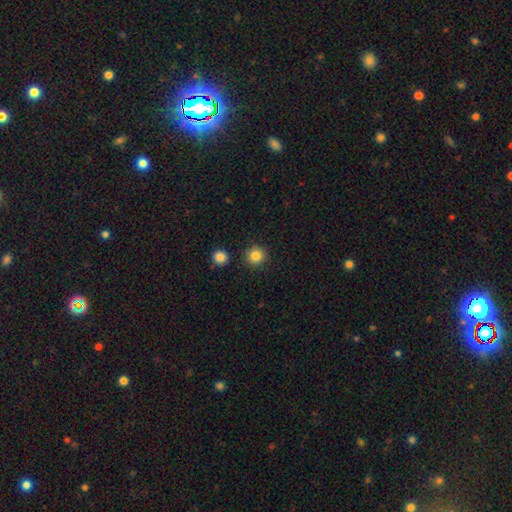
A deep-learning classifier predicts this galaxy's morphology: A smooth galaxy with no disk features (85%) that is round (94%). Merging: none (90%).